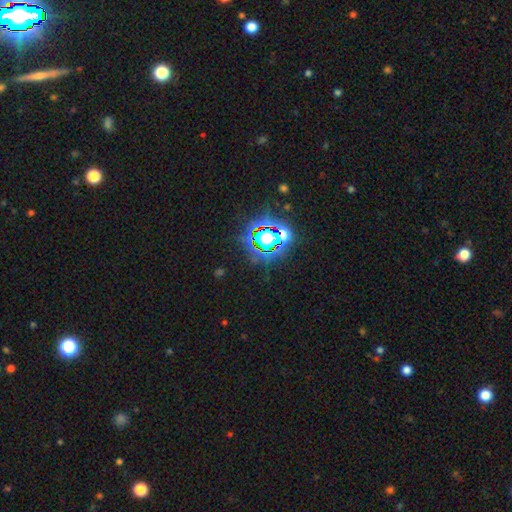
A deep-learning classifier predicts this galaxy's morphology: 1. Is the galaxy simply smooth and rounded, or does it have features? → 82% star or artifact, 10% smooth, 7% featured or disk.